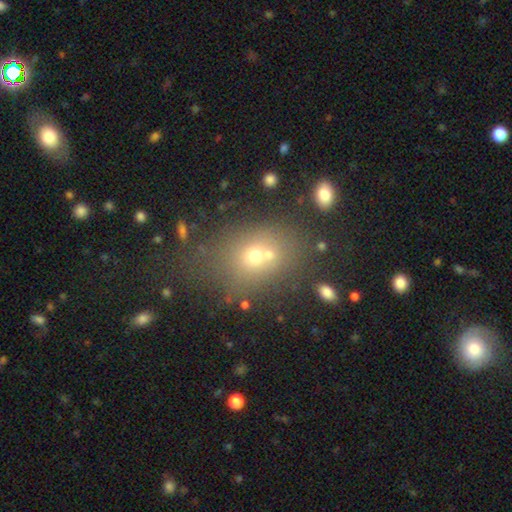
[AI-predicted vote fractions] Smooth or featured: smooth — 55% (star or artifact — 26%)
How rounded: round — 52% (in between — 46%)
Merging: none — 51% (merger — 32%)